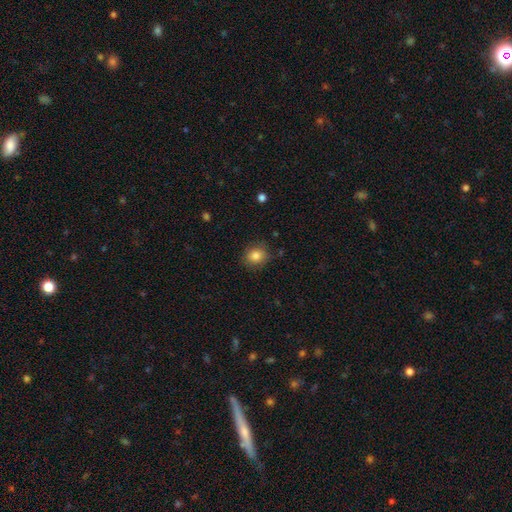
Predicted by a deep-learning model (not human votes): smooth 83%, star or artifact 10%, featured or disk 7%. Down the decision tree: how rounded — round (73%); merging — none (85%).